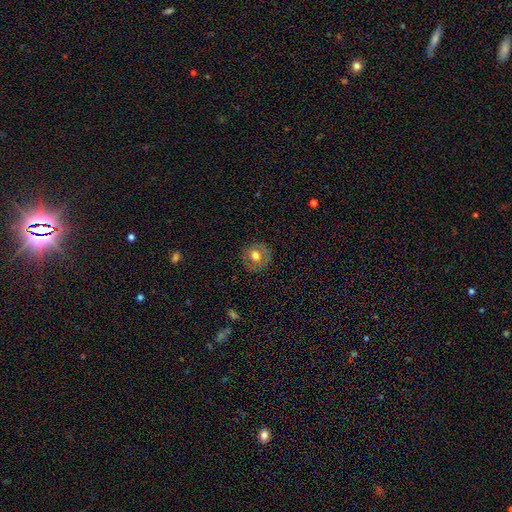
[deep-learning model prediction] Smooth or featured: smooth — 58% (featured or disk — 34%)
How rounded: round — 91% (in between — 8%)
Merging: none — 84% (minor disturbance — 11%)